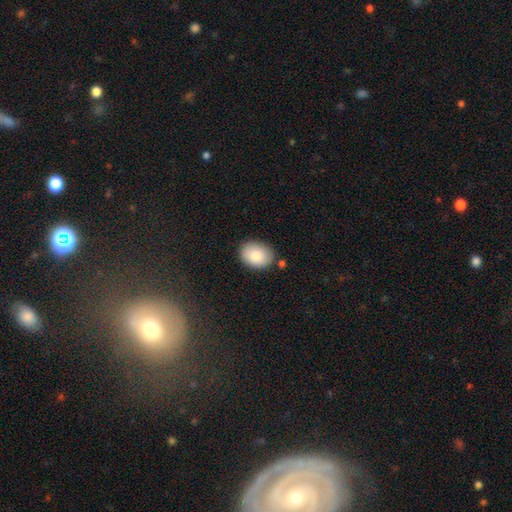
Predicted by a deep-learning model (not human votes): Smooth or featured? smooth (85%)
How rounded? in between (72%)
Merging? none (80%)